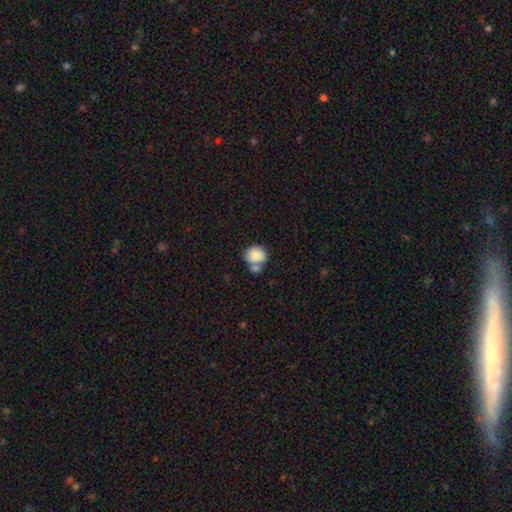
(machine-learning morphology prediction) The model was most divided on "merging": none: 44%, merger: 38%, minor disturbance: 14%, major disturbance: 5%. More confident: smooth or featured — smooth (85%); how rounded — round (73%).